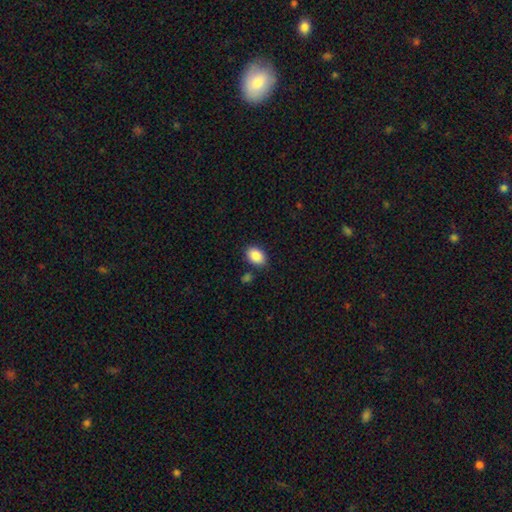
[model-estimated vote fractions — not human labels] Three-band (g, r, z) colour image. It shows a smooth galaxy with no disk features (88%) that is in between round and cigar-shaped (83%). Merging: none (83%).